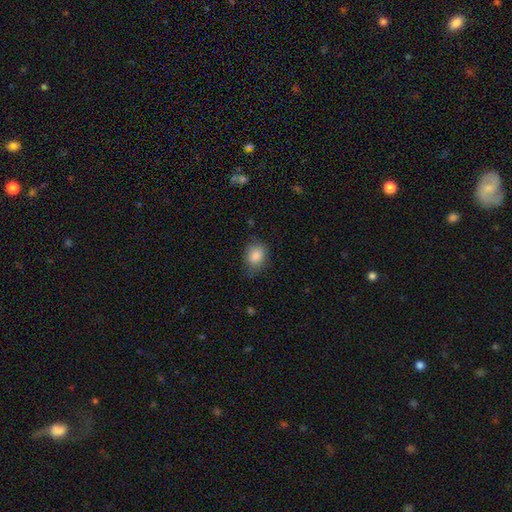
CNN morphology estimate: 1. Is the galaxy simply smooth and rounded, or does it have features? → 85% smooth, 8% star or artifact, 7% featured or disk.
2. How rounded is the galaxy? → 62% in between, 37% round, 1% cigar-shaped.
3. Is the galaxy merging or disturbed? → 64% none, 27% minor disturbance, 7% major disturbance, 1% merger.